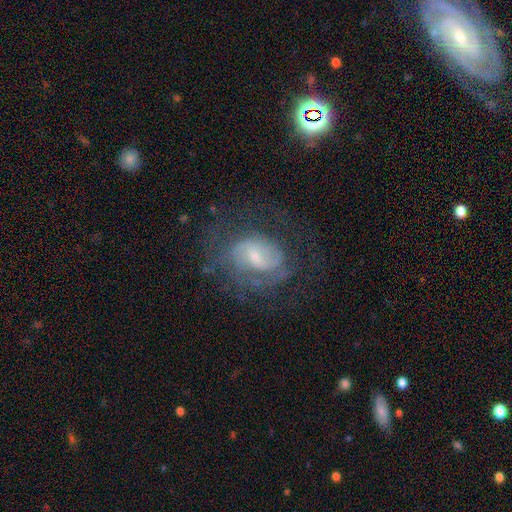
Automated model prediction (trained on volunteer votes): A featured or disk galaxy (71%) with a weak bar (55%), 2 (39%) medium (42%) spiral arms (82%) and a small central bulge (52%). Merging: none (54%).